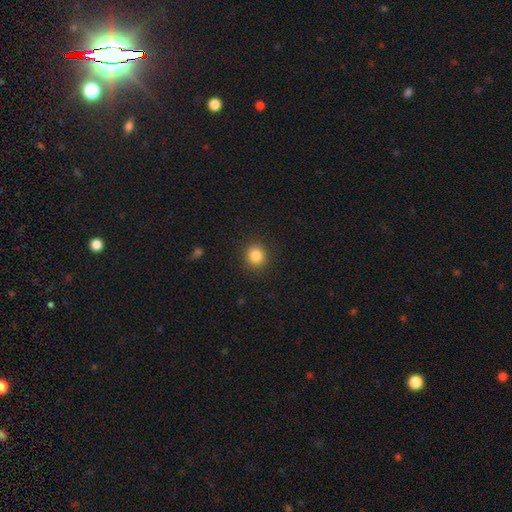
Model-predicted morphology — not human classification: Q: Smooth or featured?
A: smooth (84%); runner-up: star or artifact (11%)
Q: How rounded?
A: round (90%); runner-up: in between (9%)
Q: Merging?
A: none (91%); runner-up: minor disturbance (6%)